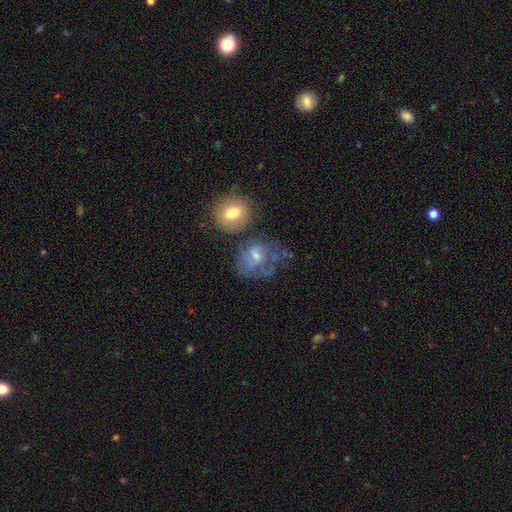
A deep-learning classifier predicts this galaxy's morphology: Smooth or featured? featured or disk (46%)
Merging? none (37%)